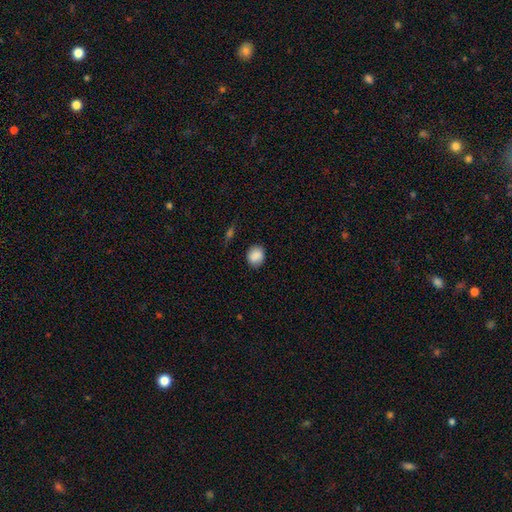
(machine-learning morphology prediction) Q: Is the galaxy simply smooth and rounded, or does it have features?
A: smooth — 87%.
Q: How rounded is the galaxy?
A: round — 69%.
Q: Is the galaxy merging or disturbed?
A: none — 83%.